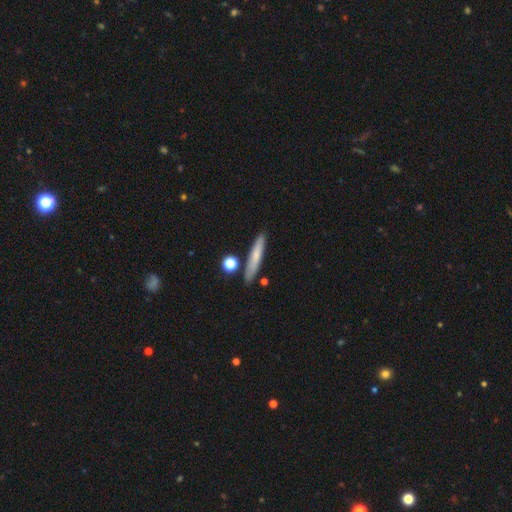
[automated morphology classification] smooth 69%, featured or disk 24%, star or artifact 7%. Down the decision tree: how rounded — cigar-shaped (90%); merging — none (83%).